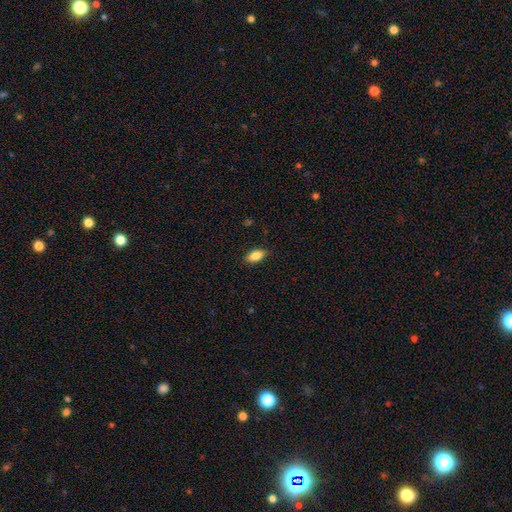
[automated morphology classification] A smooth galaxy with no disk features (85%) that is in between round and cigar-shaped (88%).

Vote fractions:
- Smooth or featured? smooth: 85% / featured or disk: 8% / star or artifact: 7%
- How rounded? in between: 88% / cigar-shaped: 9% / round: 4%
- Merging? none: 85% / minor disturbance: 11% / major disturbance: 2% / merger: 1%